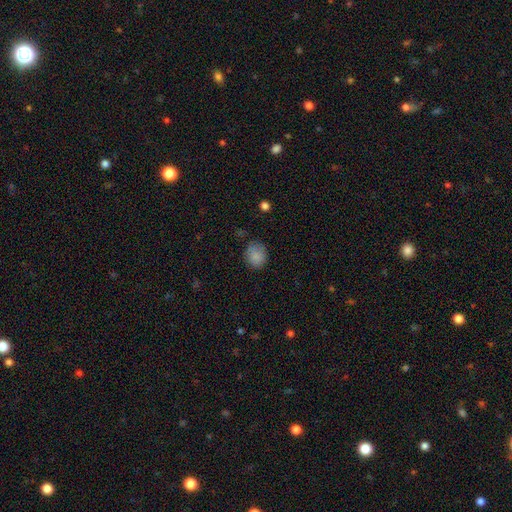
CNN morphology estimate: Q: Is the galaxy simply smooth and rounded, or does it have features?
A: smooth — 86%.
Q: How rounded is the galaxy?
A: round — 66%.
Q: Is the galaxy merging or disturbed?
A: none — 76%.